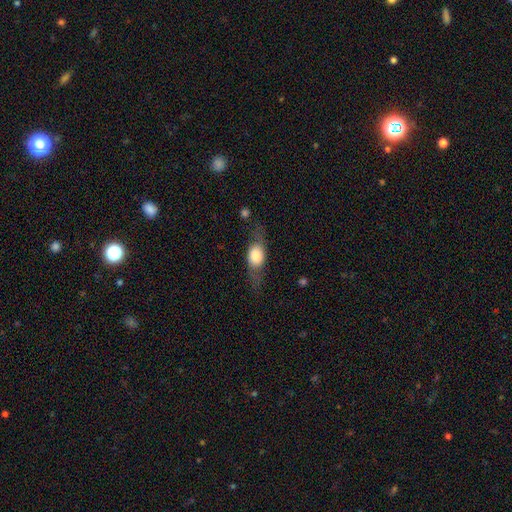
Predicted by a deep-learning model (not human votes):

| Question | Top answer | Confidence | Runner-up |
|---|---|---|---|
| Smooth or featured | smooth | 55% | featured or disk (38%) |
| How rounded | in between | 60% | round (23%) |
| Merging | none | 67% | minor disturbance (19%) |